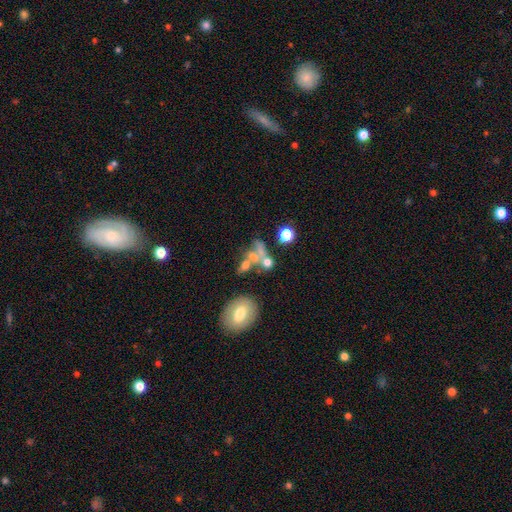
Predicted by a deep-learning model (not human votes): Overall: smooth (52%; featured or disk 31%). How rounded: in between (51%; round 41%). Merging: merger (49%; none 27%).